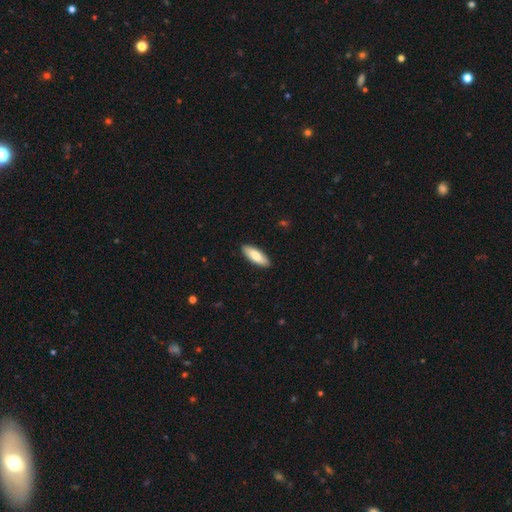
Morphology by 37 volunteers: Smooth or featured?
  - smooth: 68% *
  - featured or disk: 22%
  - star or artifact: 11%
How rounded?
  - in between: 68% *
  - cigar-shaped: 32%
  - round: 0%
Merging?
  - none: 94% *
  - minor disturbance: 6%
  - major disturbance: 0%
  - merger: 0%